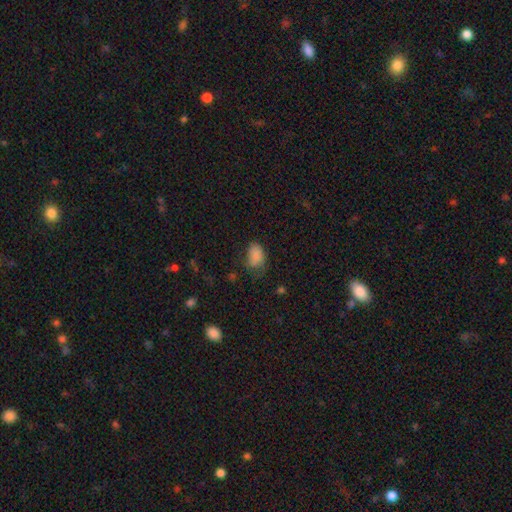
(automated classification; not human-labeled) This is clearly a smooth galaxy (81%). How rounded: clearly in between (86%). Merging: possibly none (46%).